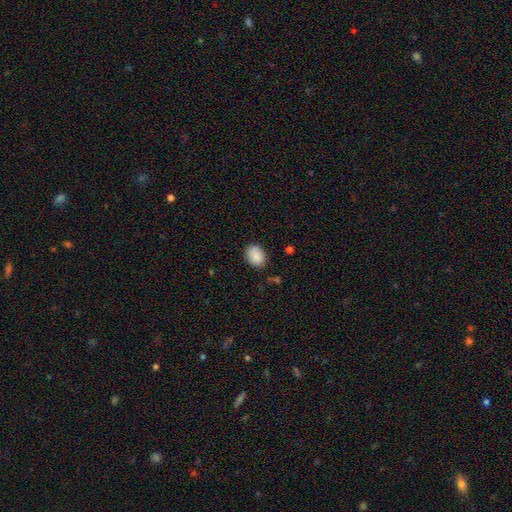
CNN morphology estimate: The model was most divided on "how rounded": in between: 70%, round: 29%, cigar-shaped: 1%. More confident: smooth or featured — smooth (88%); merging — none (83%).